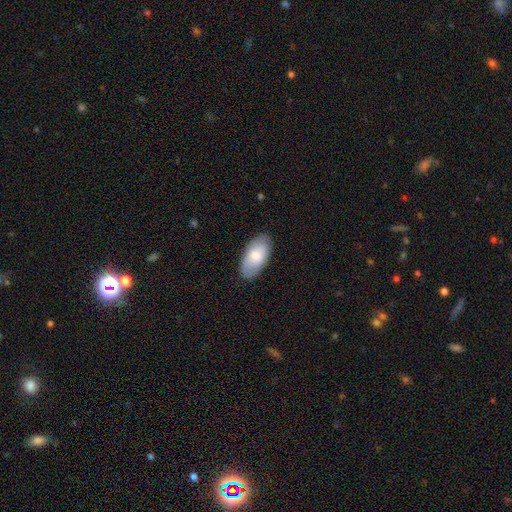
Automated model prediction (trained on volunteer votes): This appears to be a smooth galaxy with no disk features (77%) that is in between round and cigar-shaped (95%). Merging: none (85%).